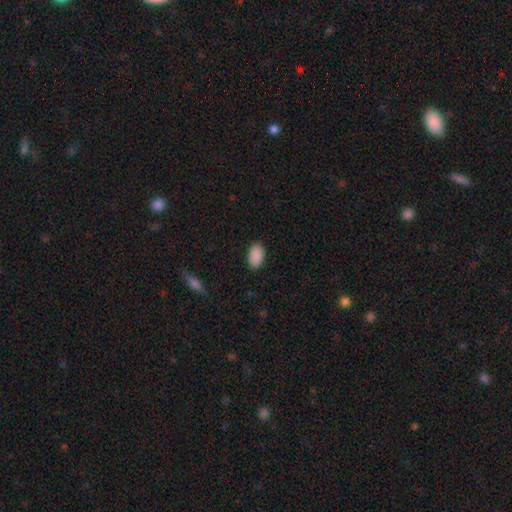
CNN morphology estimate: type=smooth (90%); roundness=in between (93%); merging=none (88%).